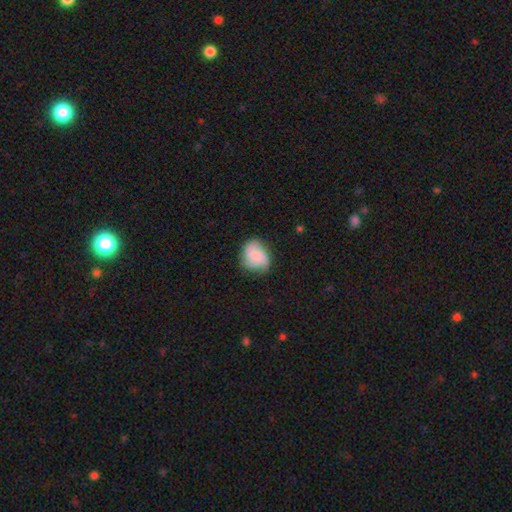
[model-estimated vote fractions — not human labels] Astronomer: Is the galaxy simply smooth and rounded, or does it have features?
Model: featured or disk — 48% (runner-up: smooth, 44%).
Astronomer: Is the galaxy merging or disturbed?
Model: none — 70%.